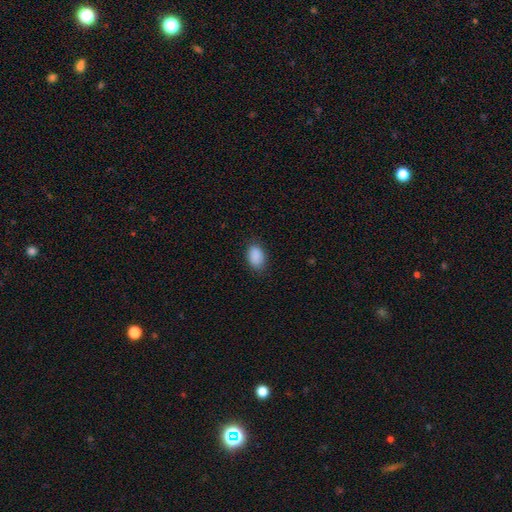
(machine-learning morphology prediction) The model was most divided on "merging": none: 80%, minor disturbance: 16%, major disturbance: 3%, merger: 1%. More confident: smooth or featured — smooth (89%); how rounded — in between (86%).